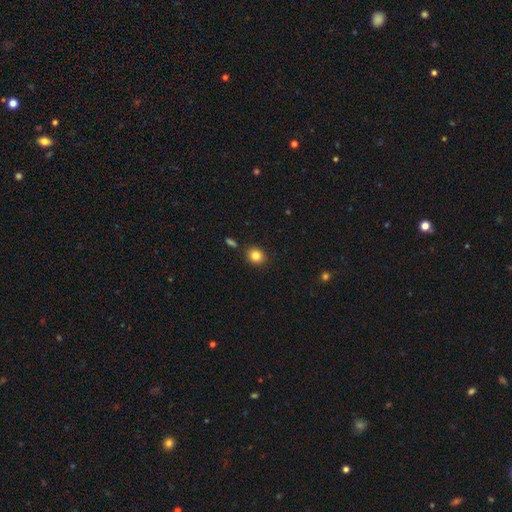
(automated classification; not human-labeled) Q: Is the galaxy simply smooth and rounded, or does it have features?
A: smooth — 84%.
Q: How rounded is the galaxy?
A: round — 69%.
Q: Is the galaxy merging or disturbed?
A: none — 86%.